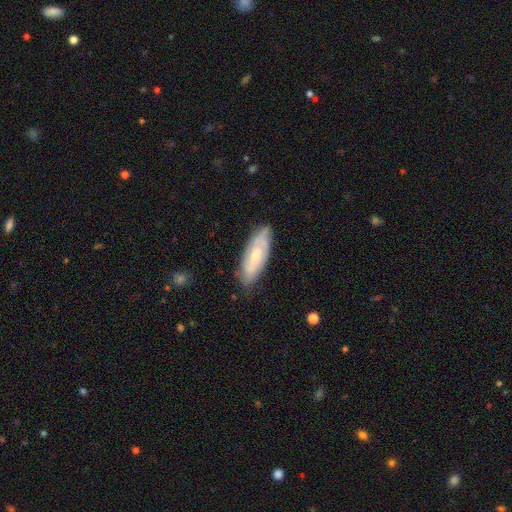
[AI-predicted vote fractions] This appears to be a featured or disk galaxy (50%). Merging: none (77%).